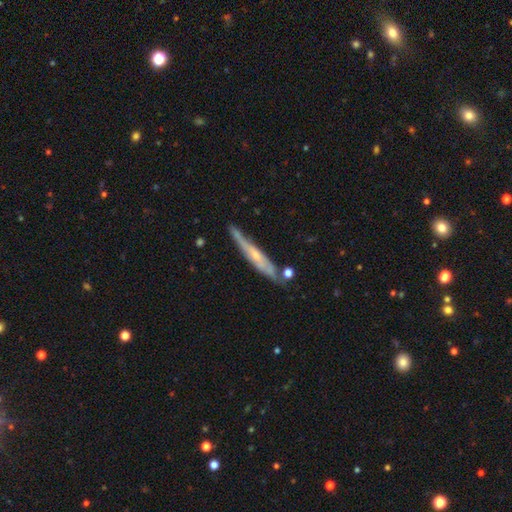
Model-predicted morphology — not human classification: smooth_or_featured: featured or disk (p=0.64) [alt: smooth p=0.31]
disk_edge_on: yes (p=0.81) [alt: no p=0.19]
edge_on_bulge: rounded (p=0.47) [alt: none p=0.45]
merging: none (p=0.67) [alt: minor disturbance p=0.22]